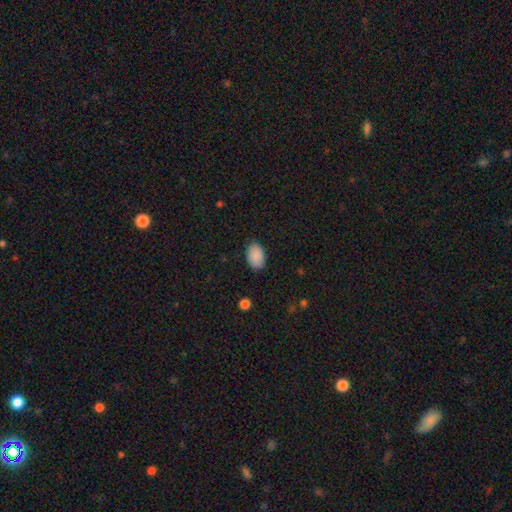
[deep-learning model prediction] Smooth or featured?
  - smooth: 89% *
  - star or artifact: 7%
  - featured or disk: 3%
How rounded?
  - in between: 91% *
  - round: 8%
  - cigar-shaped: 1%
Merging?
  - none: 86% *
  - minor disturbance: 10%
  - major disturbance: 2%
  - merger: 1%